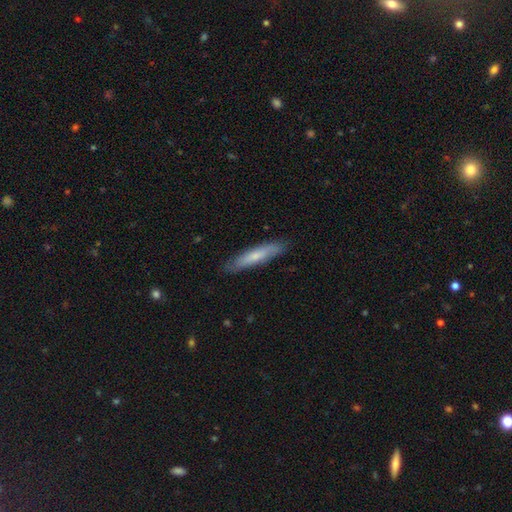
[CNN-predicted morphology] Smooth or featured? Predicted: smooth (p=0.63). How rounded? Predicted: cigar-shaped (p=0.85). Merging? Predicted: none (p=0.84).